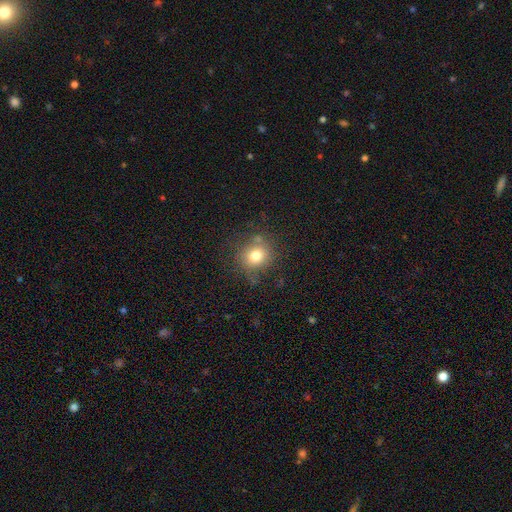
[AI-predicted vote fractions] Morphology: type=smooth (77%); roundness=round (79%); merging=none (74%).